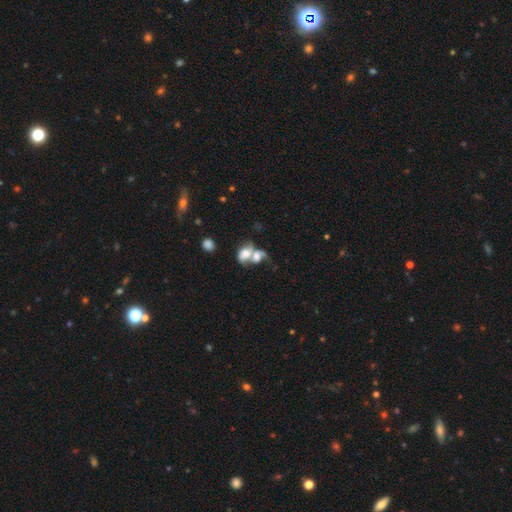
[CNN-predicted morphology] Smooth or featured? Predicted: smooth (p=0.53). How rounded? Predicted: in between (p=0.66). Merging? Predicted: merger (p=0.69).